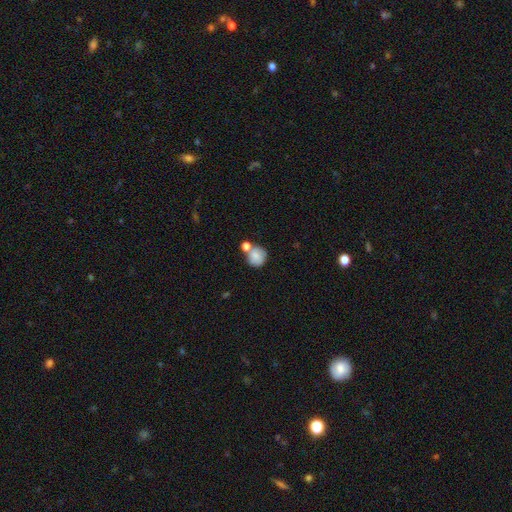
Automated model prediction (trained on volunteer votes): Q: Smooth or featured?
A: smooth (79%); runner-up: featured or disk (12%)
Q: How rounded?
A: round (83%); runner-up: in between (16%)
Q: Merging?
A: none (45%); runner-up: merger (35%)